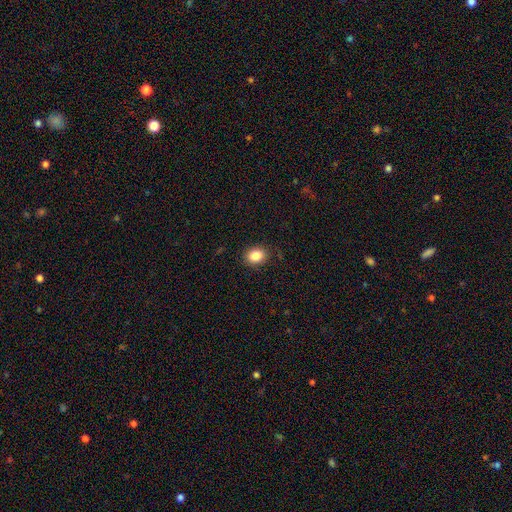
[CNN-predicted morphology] A smooth galaxy with no disk features (86%) that is in between round and cigar-shaped (57%).

Vote fractions:
- Smooth or featured? smooth: 86% / star or artifact: 9% / featured or disk: 5%
- How rounded? in between: 57% / round: 42% / cigar-shaped: 1%
- Merging? none: 87% / minor disturbance: 9% / major disturbance: 2% / merger: 1%